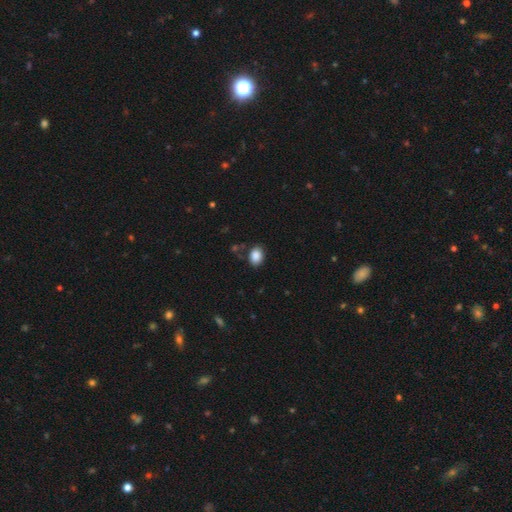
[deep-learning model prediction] Smooth or featured?
  - smooth: 87% *
  - star or artifact: 9%
  - featured or disk: 4%
How rounded?
  - in between: 66% *
  - round: 33%
  - cigar-shaped: 1%
Merging?
  - none: 79% *
  - minor disturbance: 14%
  - major disturbance: 4%
  - merger: 3%